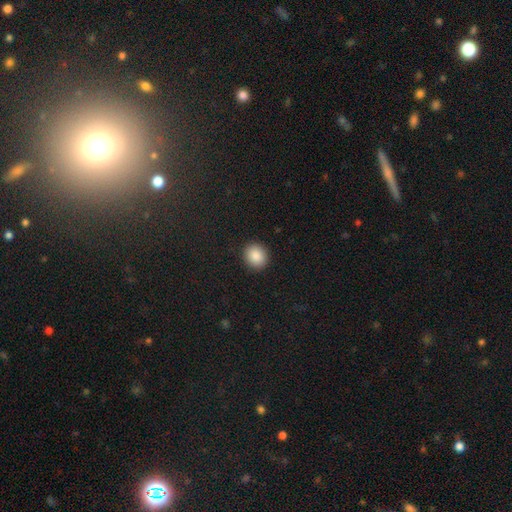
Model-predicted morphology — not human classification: This is clearly a smooth galaxy (88%). How rounded: clearly round (81%). Merging: clearly none (92%).